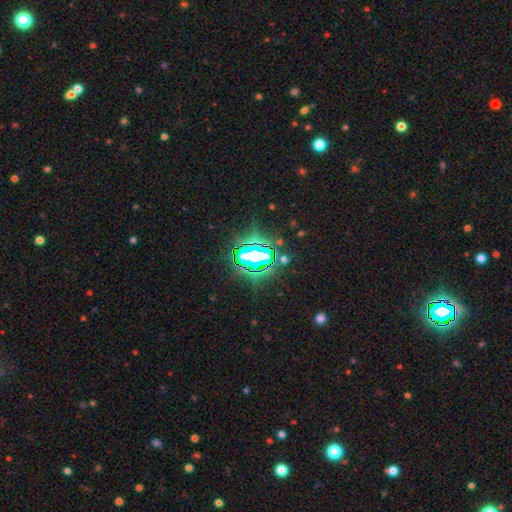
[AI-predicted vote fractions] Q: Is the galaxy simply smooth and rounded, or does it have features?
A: star or artifact — 77%.